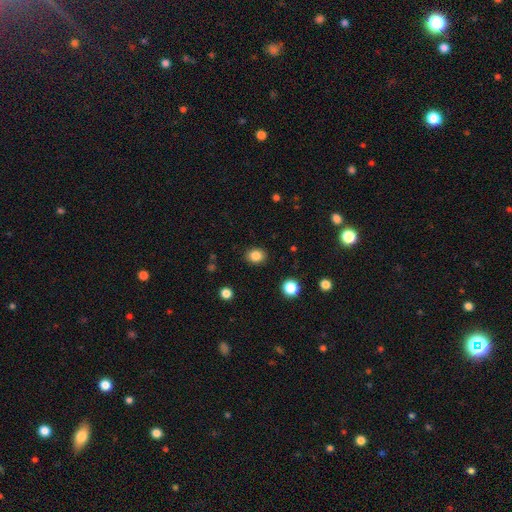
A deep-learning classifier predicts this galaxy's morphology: The model was most divided on "how rounded": round: 57%, in between: 43%, cigar-shaped: 1%. More confident: merging — none (89%); smooth or featured — smooth (85%).